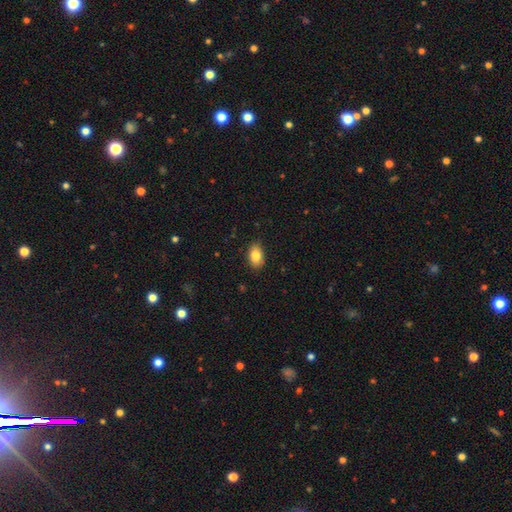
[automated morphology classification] Smooth or featured? Predicted: smooth (p=0.84). How rounded? Predicted: in between (p=0.88). Merging? Predicted: none (p=0.86).